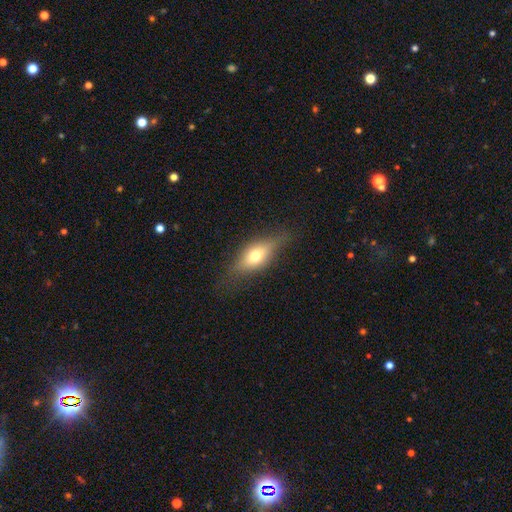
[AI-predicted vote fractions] Smooth or featured? smooth (58%)
How rounded? in between (71%)
Merging? none (74%)